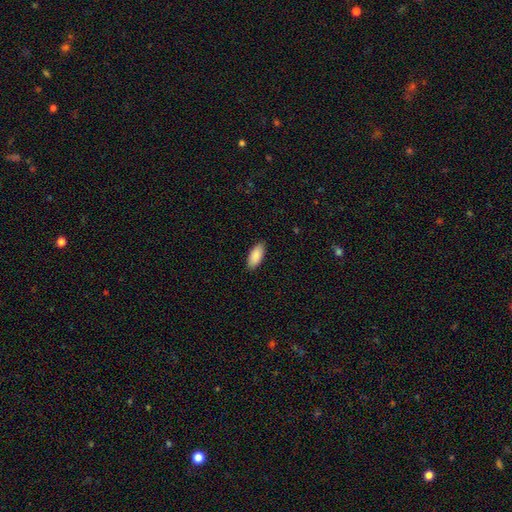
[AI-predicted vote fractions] This is clearly a smooth galaxy (89%). How rounded: clearly in between (87%). Merging: clearly none (89%).